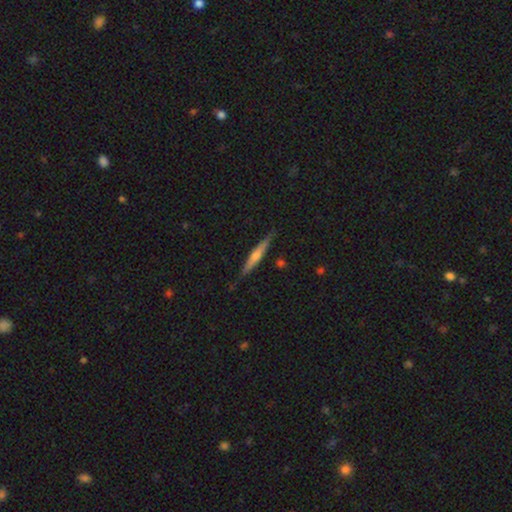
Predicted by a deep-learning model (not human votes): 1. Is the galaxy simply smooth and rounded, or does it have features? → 60% featured or disk, 34% smooth, 6% star or artifact.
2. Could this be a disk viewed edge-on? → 97% yes, 3% no.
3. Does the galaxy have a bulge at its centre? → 72% rounded, 20% none, 7% boxy.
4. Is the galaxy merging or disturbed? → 87% none, 10% minor disturbance, 2% major disturbance, 2% merger.